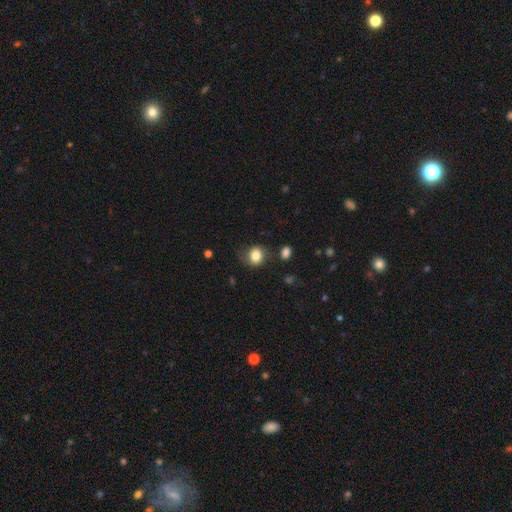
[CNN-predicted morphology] Smooth or featured: smooth — 82% (featured or disk — 9%)
How rounded: round — 67% (in between — 32%)
Merging: none — 70% (minor disturbance — 20%)